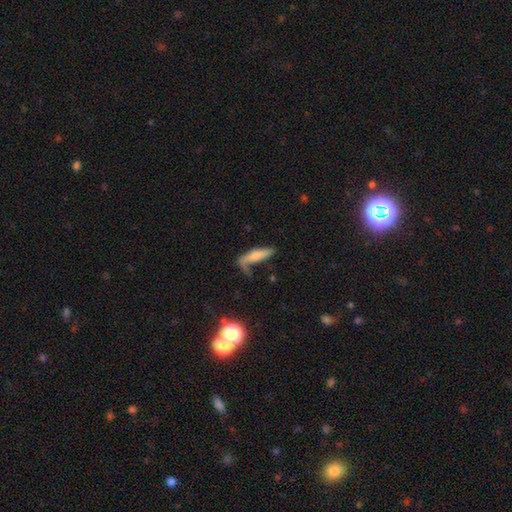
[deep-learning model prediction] A smooth galaxy with no disk features (65%) that is cigar-shaped (69%).

Vote fractions:
- Smooth or featured? smooth: 65% / featured or disk: 27% / star or artifact: 8%
- How rounded? cigar-shaped: 69% / in between: 29% / round: 2%
- Merging? none: 40% / minor disturbance: 26% / major disturbance: 25% / merger: 8%